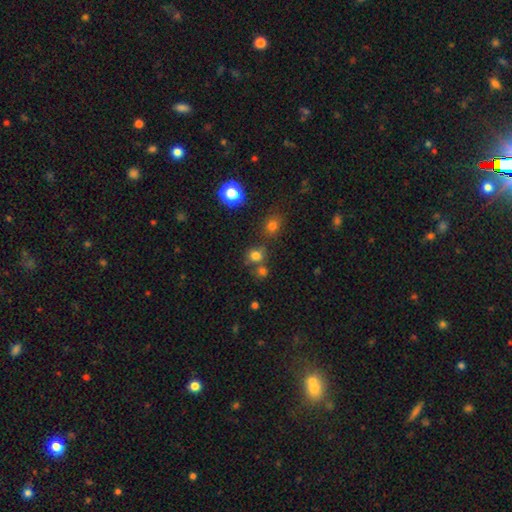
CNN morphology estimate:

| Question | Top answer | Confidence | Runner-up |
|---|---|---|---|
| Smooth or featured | smooth | 72% | star or artifact (21%) |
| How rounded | round | 81% | in between (18%) |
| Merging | none | 64% | merger (21%) |